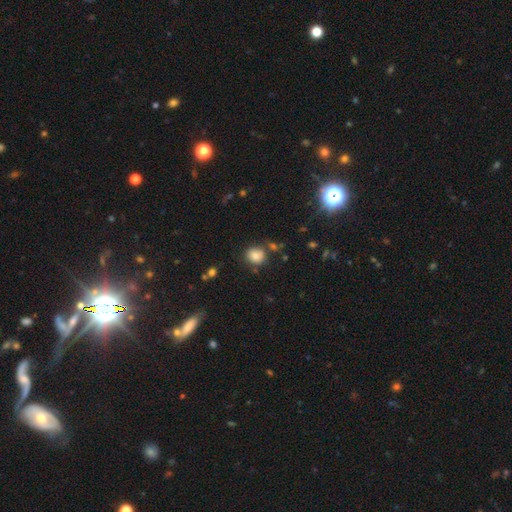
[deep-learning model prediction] smooth 82%, star or artifact 11%, featured or disk 8%. Down the decision tree: how rounded — round (72%); merging — none (77%).